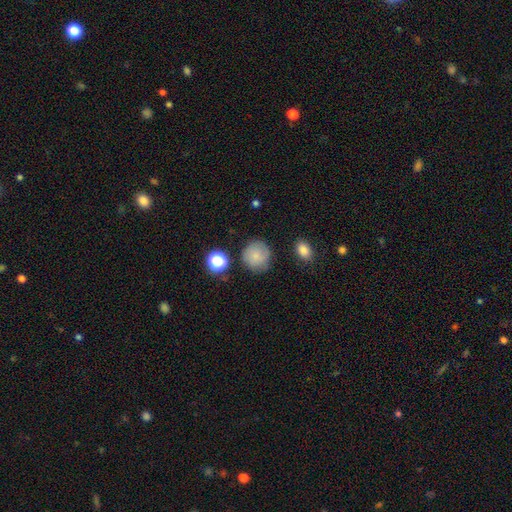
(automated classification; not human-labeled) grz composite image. It shows a smooth galaxy with no disk features (80%) that is round (91%). Merging: none (77%).